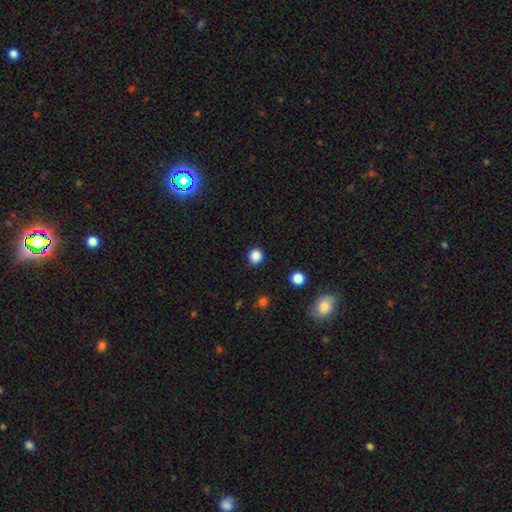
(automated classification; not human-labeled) Smooth or featured?
  - smooth: 85% *
  - star or artifact: 12%
  - featured or disk: 3%
How rounded?
  - round: 93% *
  - in between: 6%
  - cigar-shaped: 1%
Merging?
  - none: 91% *
  - minor disturbance: 6%
  - major disturbance: 2%
  - merger: 1%